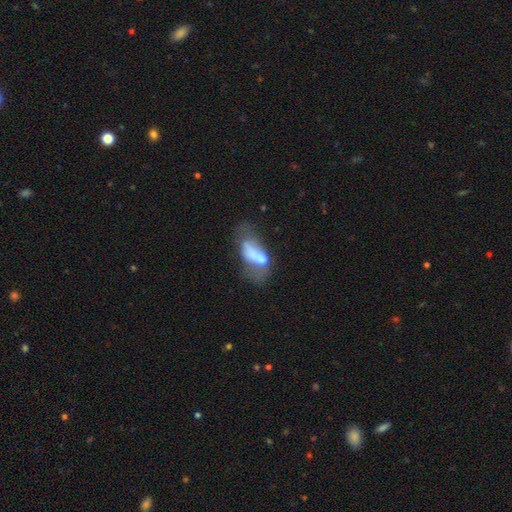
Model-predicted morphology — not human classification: This appears to be a smooth galaxy with no disk features (54%) that is in between round and cigar-shaped (84%). Merging: major disturbance (38%).